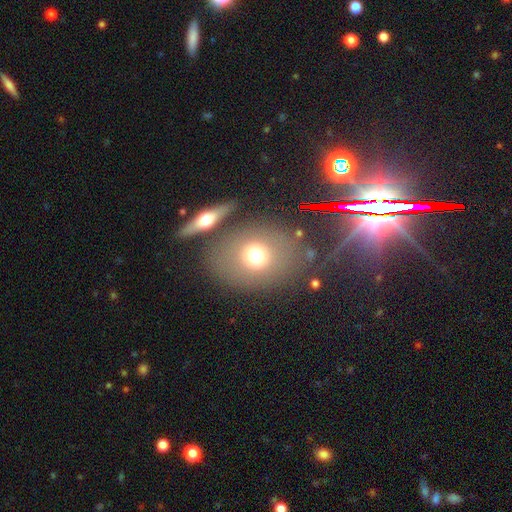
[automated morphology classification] A smooth galaxy with no disk features (68%) that is round (55%). Merging: none (64%).